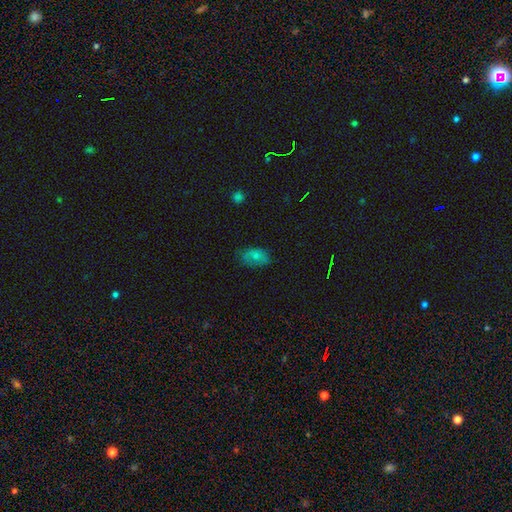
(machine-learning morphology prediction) The model was most divided on "merging": none: 62%, minor disturbance: 27%, major disturbance: 9%, merger: 2%. More confident: how rounded — in between (88%); smooth or featured — smooth (68%).